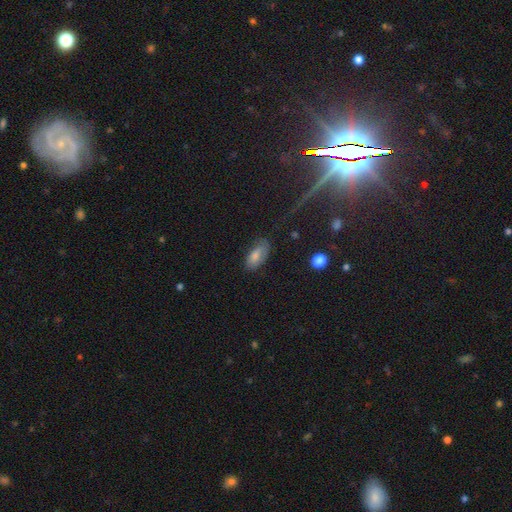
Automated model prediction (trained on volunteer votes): Morphology: type=smooth (80%); roundness=in between (90%); merging=none (67%).